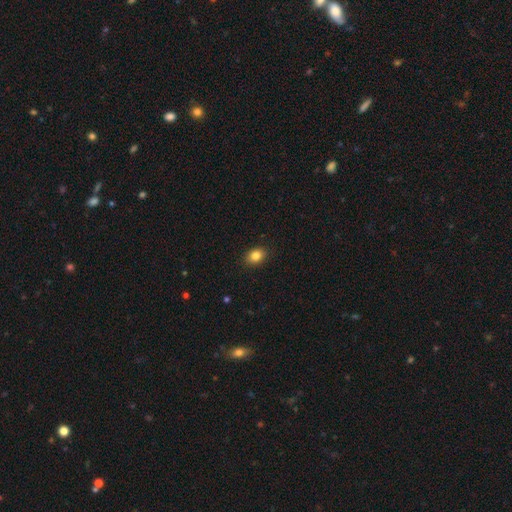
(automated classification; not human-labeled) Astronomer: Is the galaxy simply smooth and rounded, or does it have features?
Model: smooth — 85%.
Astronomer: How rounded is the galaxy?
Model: in between — 72%.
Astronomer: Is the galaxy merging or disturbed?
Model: none — 89%.